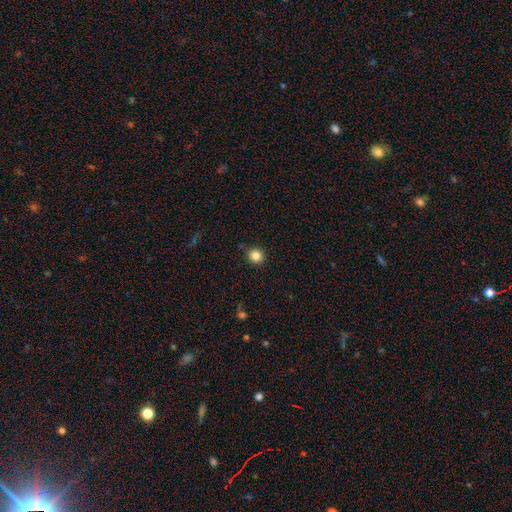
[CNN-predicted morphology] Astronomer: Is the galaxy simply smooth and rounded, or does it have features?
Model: smooth — 83%.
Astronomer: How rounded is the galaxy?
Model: round — 90%.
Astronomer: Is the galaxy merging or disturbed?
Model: none — 88%.